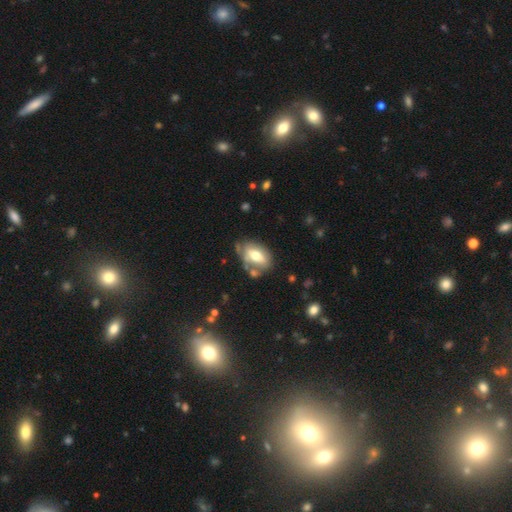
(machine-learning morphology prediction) Smooth or featured?
  - smooth: 57% *
  - featured or disk: 36%
  - star or artifact: 7%
How rounded?
  - in between: 88% *
  - round: 9%
  - cigar-shaped: 4%
Merging?
  - none: 52% *
  - minor disturbance: 26%
  - merger: 12%
  - major disturbance: 10%